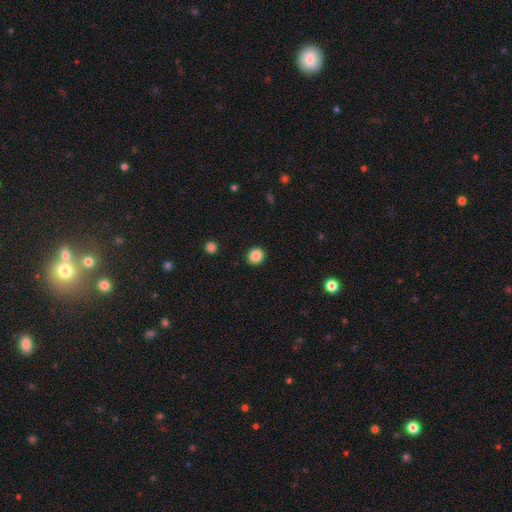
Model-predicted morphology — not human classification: A smooth galaxy with no disk features (87%) that is round (87%).

Vote fractions:
- Smooth or featured? smooth: 87% / star or artifact: 10% / featured or disk: 3%
- How rounded? round: 87% / in between: 12% / cigar-shaped: 1%
- Merging? none: 92% / minor disturbance: 5% / major disturbance: 2% / merger: 1%